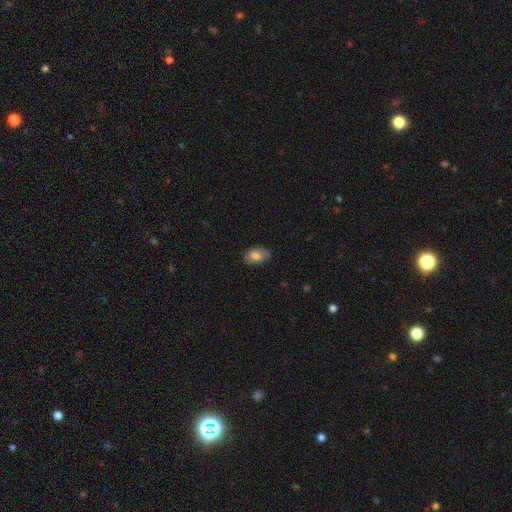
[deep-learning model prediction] The model was most divided on "smooth or featured": smooth: 70%, featured or disk: 22%, star or artifact: 8%. More confident: how rounded — in between (87%); merging — none (75%).